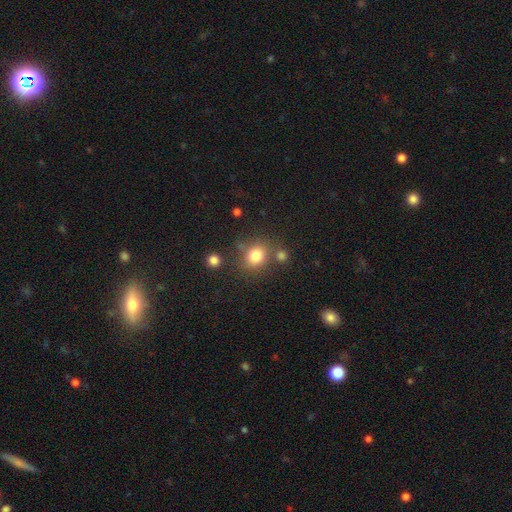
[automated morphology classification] The model was most divided on "how rounded": round: 73%, in between: 26%, cigar-shaped: 1%. More confident: smooth or featured — smooth (79%); merging — none (68%).